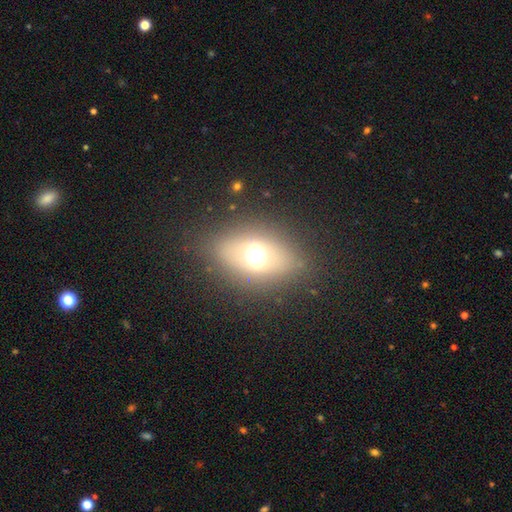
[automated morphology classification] type=smooth (50%); merging=none (81%).